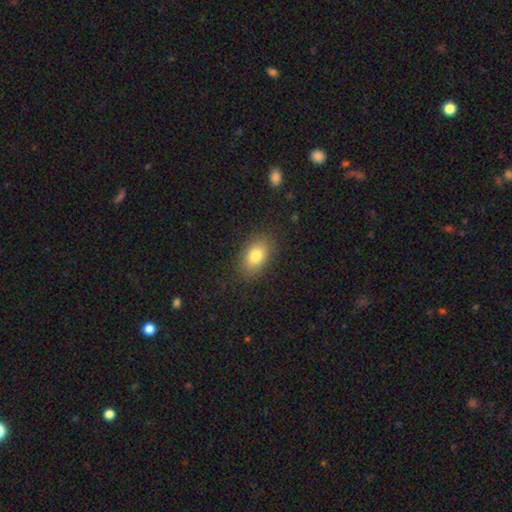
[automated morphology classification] smooth-or-featured: smooth: 80% | featured or disk: 11% | star or artifact: 9%
  how-rounded: in between: 85% | round: 13% | cigar-shaped: 2%
  merging: none: 85% | minor disturbance: 10% | major disturbance: 3% | merger: 1%